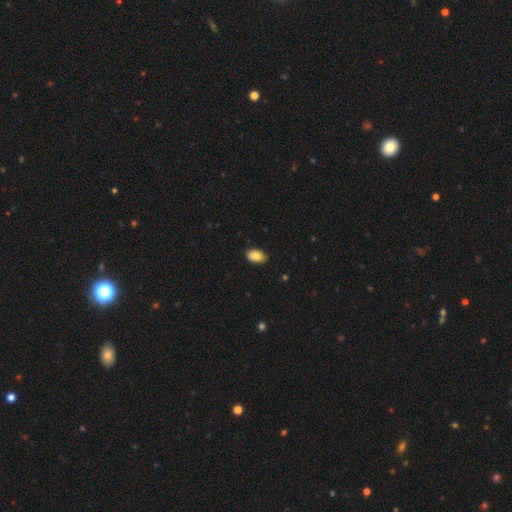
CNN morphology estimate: Overall: smooth (80%). How rounded: in between (93%). Merging: none (85%).